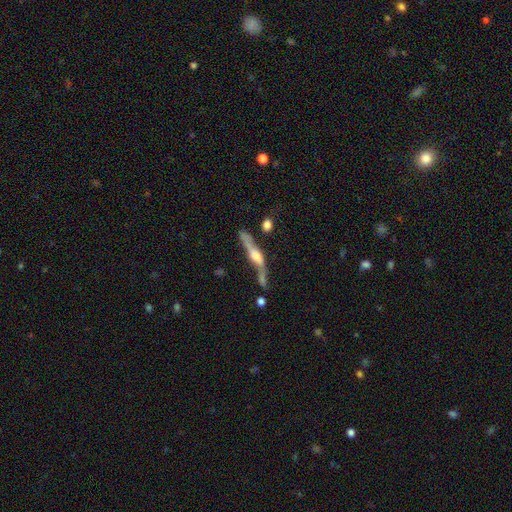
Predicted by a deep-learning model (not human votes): Overall: featured or disk (72%). Edge-on disk: yes (83%). Edge-on bulge: rounded (73%). Merging: none (48%; minor disturbance 21%).